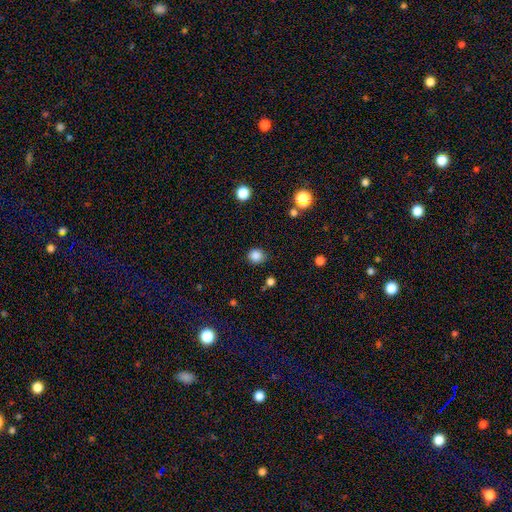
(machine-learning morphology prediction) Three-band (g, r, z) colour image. It shows a smooth galaxy with no disk features (85%) that is round (83%). Merging: none (85%).